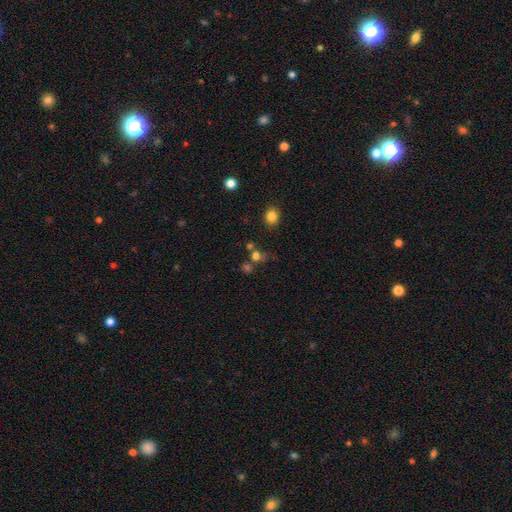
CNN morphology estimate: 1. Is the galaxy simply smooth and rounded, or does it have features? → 71% smooth, 19% star or artifact, 9% featured or disk.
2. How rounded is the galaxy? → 80% round, 19% in between, 1% cigar-shaped.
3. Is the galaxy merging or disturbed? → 54% none, 27% merger, 12% minor disturbance, 7% major disturbance.